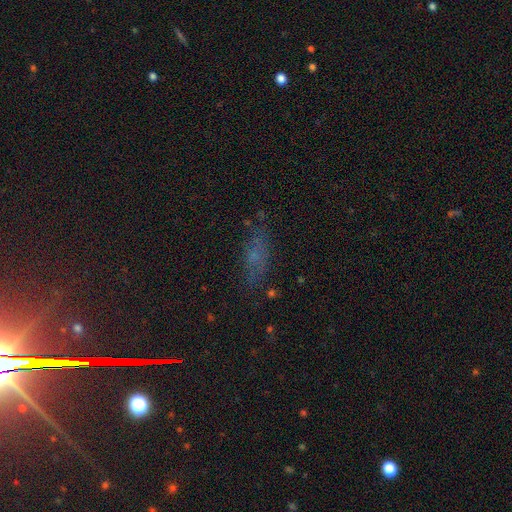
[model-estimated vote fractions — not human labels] Q: Smooth or featured?
A: smooth (49%); runner-up: star or artifact (27%)
Q: Merging?
A: none (69%); runner-up: minor disturbance (19%)